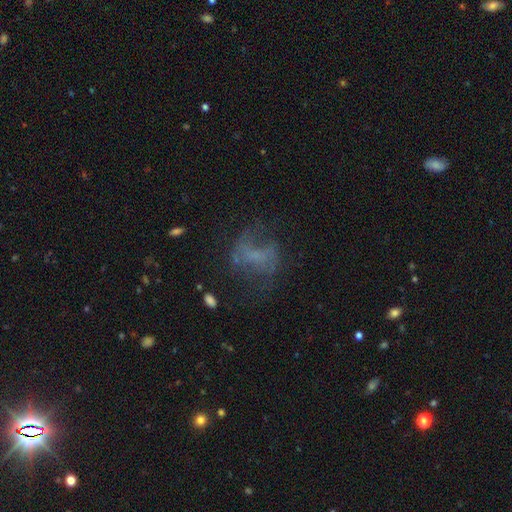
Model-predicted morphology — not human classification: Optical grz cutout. It shows a featured or disk galaxy (50%). Merging: none (48%).